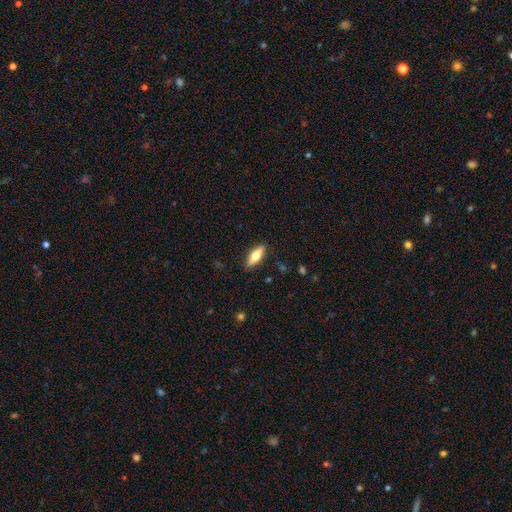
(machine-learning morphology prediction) The model was most divided on "how rounded": in between: 58%, cigar-shaped: 39%, round: 3%. More confident: merging — none (88%); smooth or featured — smooth (58%).